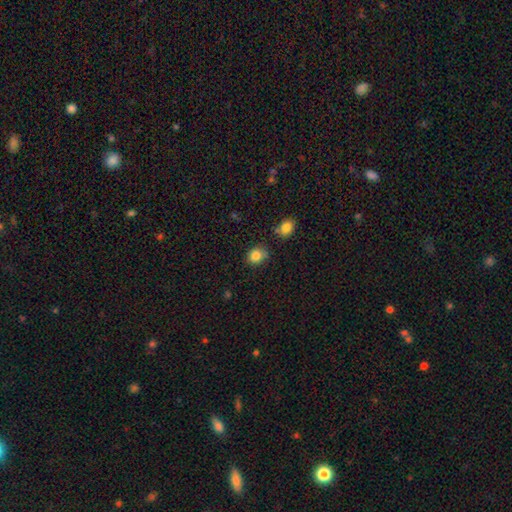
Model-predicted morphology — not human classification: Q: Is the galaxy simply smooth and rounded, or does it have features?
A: smooth — 84%.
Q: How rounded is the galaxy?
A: round — 59%.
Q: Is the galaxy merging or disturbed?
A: none — 71%.